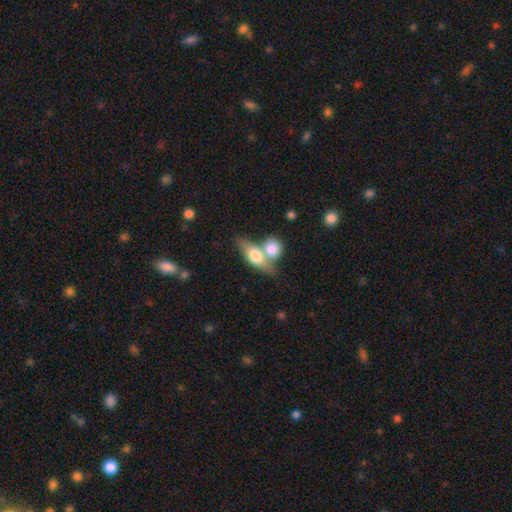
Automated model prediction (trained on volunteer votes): The model was most divided on "merging": merger: 61%, none: 26%, minor disturbance: 8%, major disturbance: 4%. More confident: how rounded — in between (69%); smooth or featured — smooth (66%).